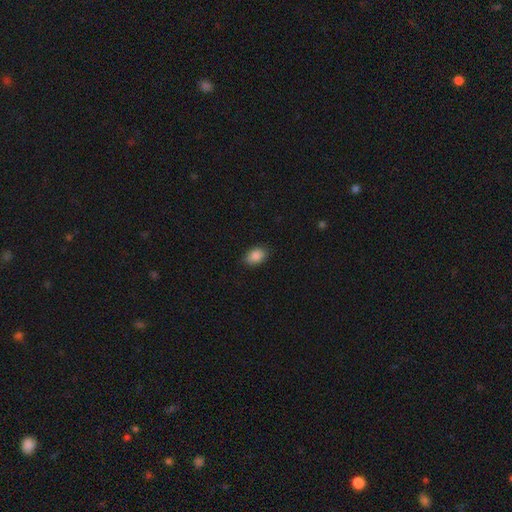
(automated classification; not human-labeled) Smooth or featured: smooth — 88% (star or artifact — 8%)
How rounded: in between — 82% (round — 17%)
Merging: none — 86% (minor disturbance — 10%)